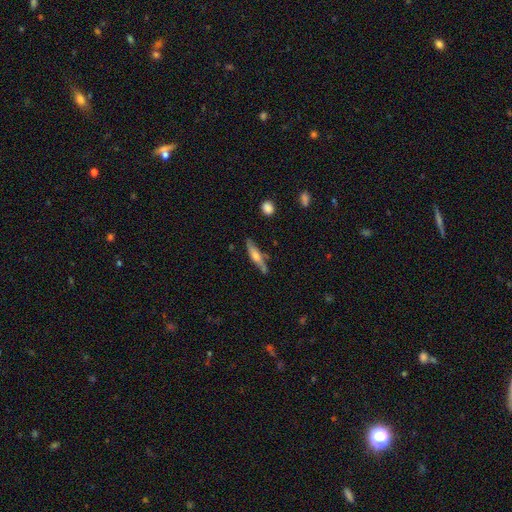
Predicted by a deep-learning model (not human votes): Q: Smooth or featured?
A: smooth (47%); runner-up: featured or disk (46%)
Q: Merging?
A: none (73%); runner-up: minor disturbance (18%)